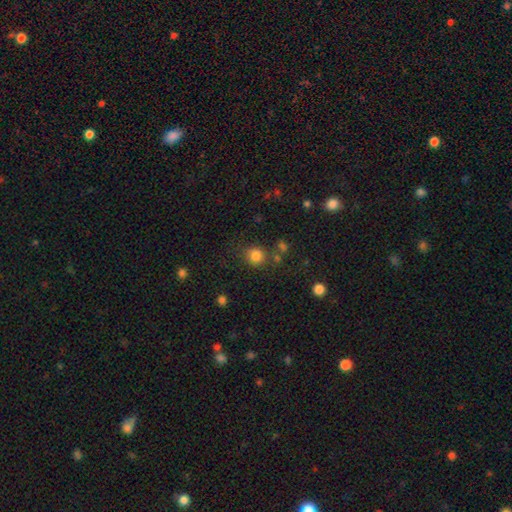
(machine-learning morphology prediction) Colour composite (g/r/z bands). It shows a smooth galaxy with no disk features (82%) that is round (85%). Merging: none (75%).